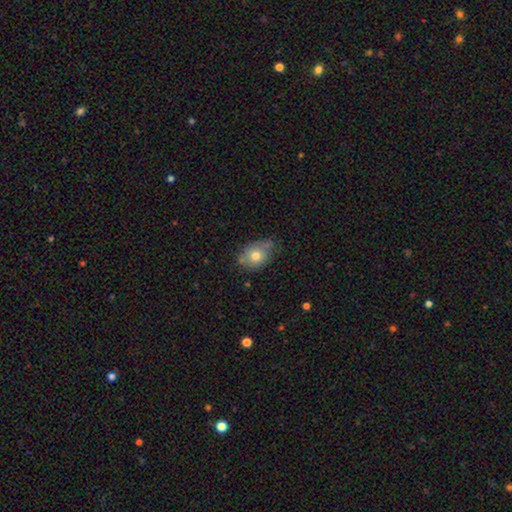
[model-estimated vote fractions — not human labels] Smooth or featured?
  - smooth: 73% *
  - featured or disk: 18%
  - star or artifact: 9%
How rounded?
  - in between: 67% *
  - round: 32%
  - cigar-shaped: 1%
Merging?
  - none: 52% *
  - minor disturbance: 36%
  - major disturbance: 8%
  - merger: 4%